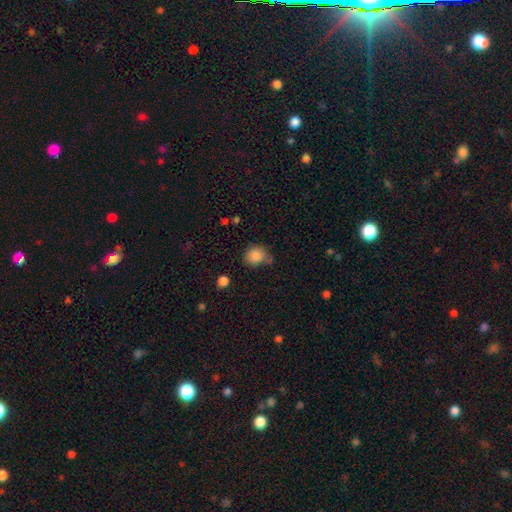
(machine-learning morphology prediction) smooth-or-featured: smooth: 86% | star or artifact: 9% | featured or disk: 5%
  how-rounded: round: 73% | in between: 26% | cigar-shaped: 1%
  merging: none: 61% | minor disturbance: 25% | merger: 8% | major disturbance: 6%